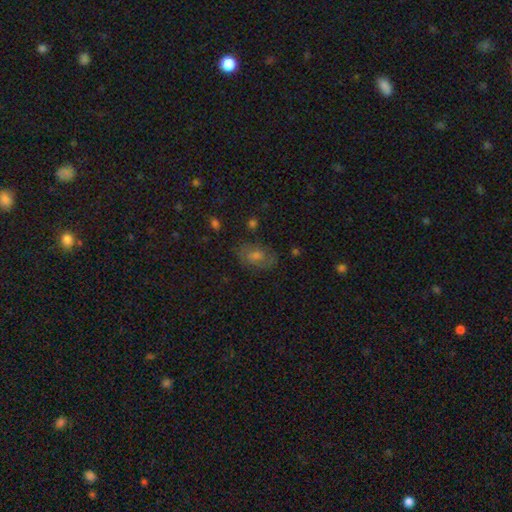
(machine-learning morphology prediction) smooth-or-featured: smooth: 46% | featured or disk: 31% | star or artifact: 23%
  merging: none: 73% | minor disturbance: 17% | major disturbance: 7% | merger: 2%